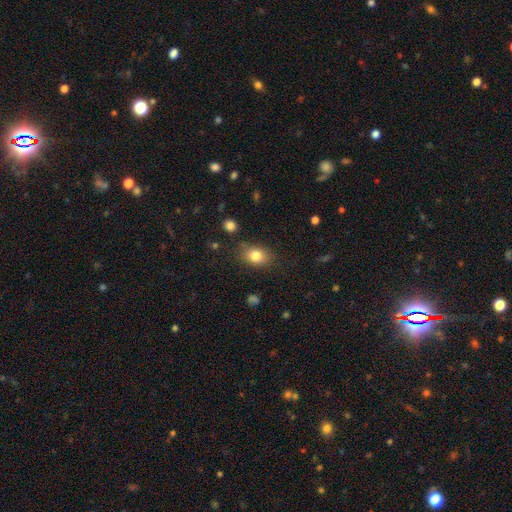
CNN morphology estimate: smooth-or-featured: smooth: 81% | star or artifact: 10% | featured or disk: 9%
  how-rounded: in between: 71% | round: 28% | cigar-shaped: 1%
  merging: none: 78% | minor disturbance: 15% | major disturbance: 4% | merger: 2%